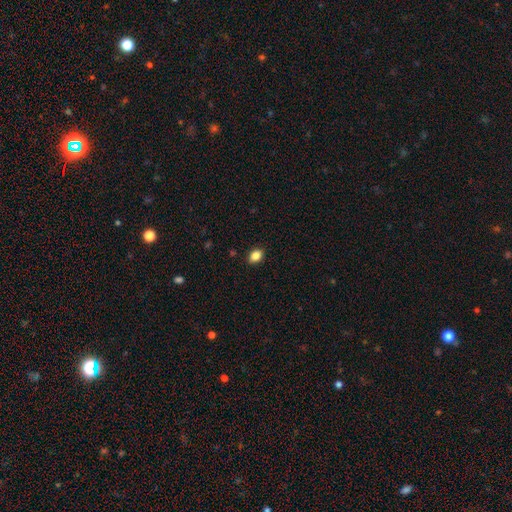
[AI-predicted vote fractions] The model was most divided on "how rounded": in between: 76%, round: 22%, cigar-shaped: 2%. More confident: merging — none (88%); smooth or featured — smooth (85%).